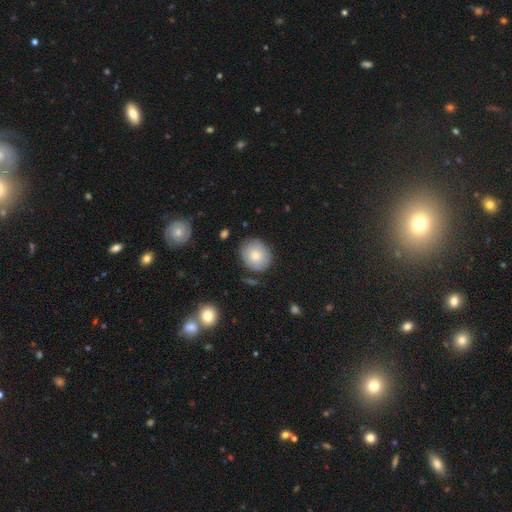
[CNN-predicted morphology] smooth 78%, featured or disk 14%, star or artifact 8%. Down the decision tree: how rounded — round (78%); merging — none (82%).